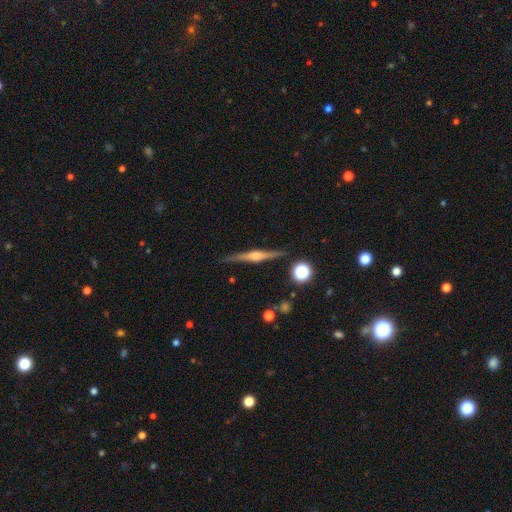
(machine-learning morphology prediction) Smooth or featured? Predicted: featured or disk (p=0.78). Edge-on disk? Predicted: yes (p=0.98). Edge-on bulge? Predicted: rounded (p=0.88). Merging? Predicted: none (p=0.89).